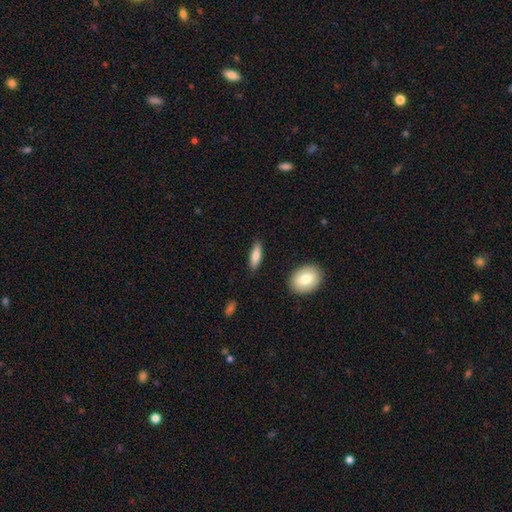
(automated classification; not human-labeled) Smooth or featured? Predicted: smooth (p=0.79). How rounded? Predicted: cigar-shaped (p=0.51). Merging? Predicted: none (p=0.86).